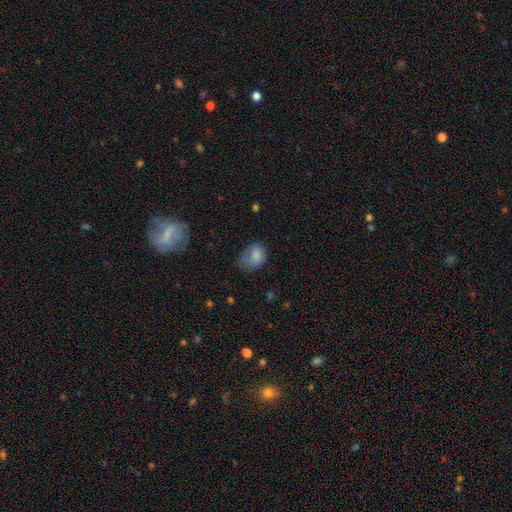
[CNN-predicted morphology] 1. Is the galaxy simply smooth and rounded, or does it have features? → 79% smooth, 12% featured or disk, 9% star or artifact.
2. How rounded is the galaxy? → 66% in between, 33% round, 1% cigar-shaped.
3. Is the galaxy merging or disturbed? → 37% none, 35% minor disturbance, 26% major disturbance, 2% merger.